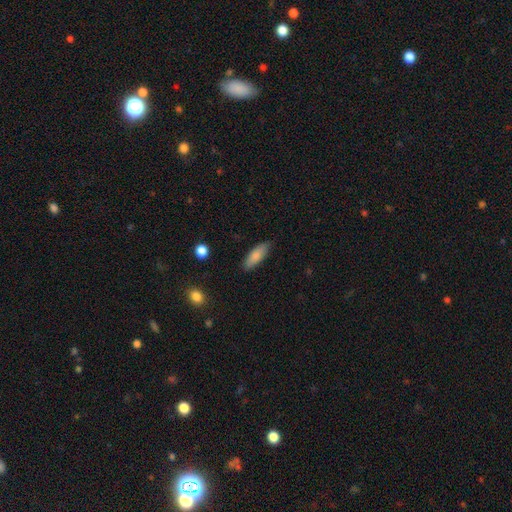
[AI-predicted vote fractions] This is clearly a smooth galaxy (81%). How rounded: possibly in between (60%). Merging: clearly none (83%).